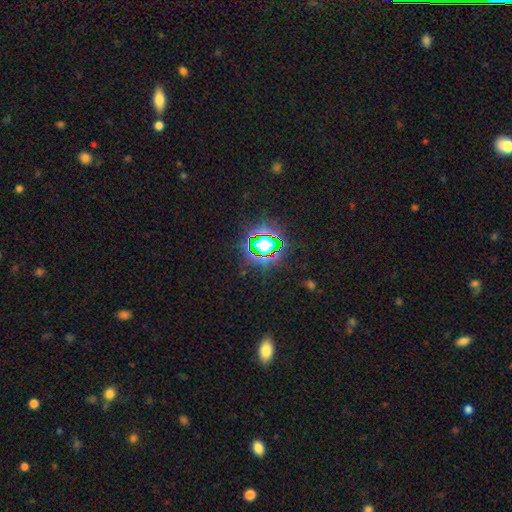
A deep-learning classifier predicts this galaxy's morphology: smooth_or_featured: star or artifact (p=0.77) [alt: smooth p=0.15]